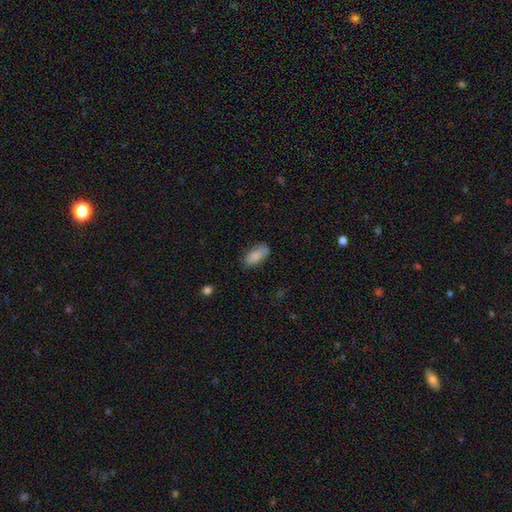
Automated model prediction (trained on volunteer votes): Smooth or featured?
  - smooth: 86% *
  - featured or disk: 7%
  - star or artifact: 7%
How rounded?
  - in between: 89% *
  - cigar-shaped: 9%
  - round: 2%
Merging?
  - none: 74% *
  - minor disturbance: 21%
  - major disturbance: 4%
  - merger: 2%